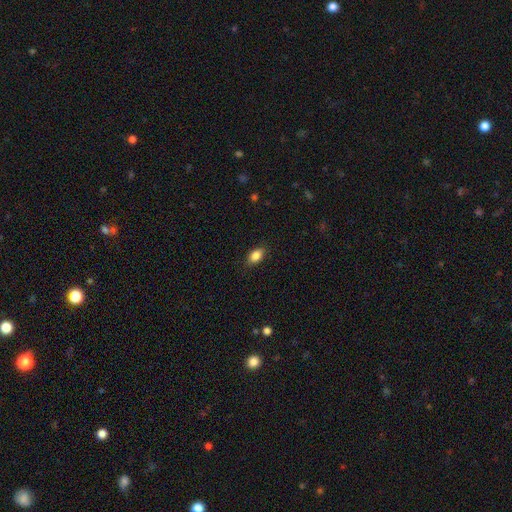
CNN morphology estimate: smooth-or-featured: smooth: 86% | star or artifact: 8% | featured or disk: 6%
  how-rounded: in between: 87% | round: 10% | cigar-shaped: 3%
  merging: none: 86% | minor disturbance: 10% | major disturbance: 2% | merger: 1%